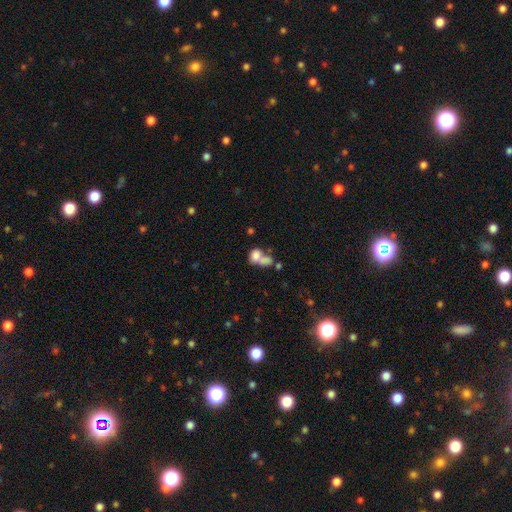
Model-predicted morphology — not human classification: smooth_or_featured: smooth (p=0.73) [alt: featured or disk p=0.16]
how_rounded: in between (p=0.64) [alt: round p=0.33]
merging: merger (p=0.61) [alt: none p=0.20]